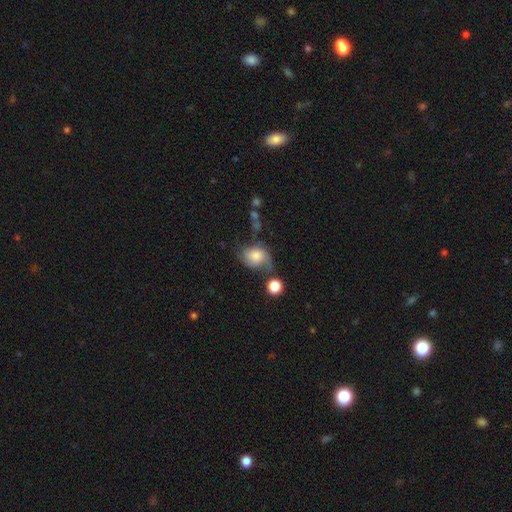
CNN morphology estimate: A smooth galaxy with no disk features (57%) that is round (52%). Merging: none (39%).